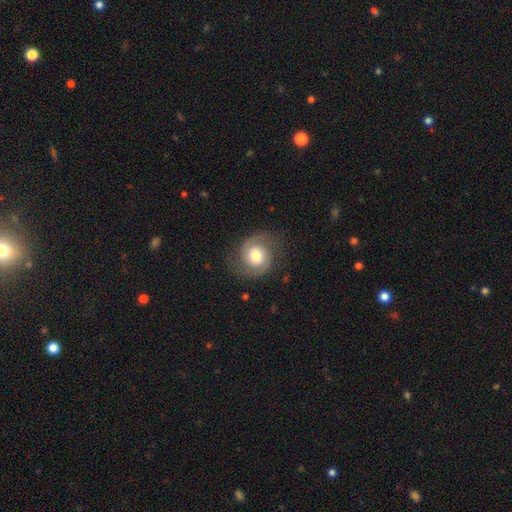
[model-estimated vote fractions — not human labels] Smooth or featured? Predicted: featured or disk (p=0.76). Edge-on disk? Predicted: no (p=0.98). Bar? Predicted: no (p=0.67). Spiral arms? Predicted: yes (p=0.95). Spiral winding? Predicted: medium (p=0.49). Spiral arm count? Predicted: 2 (p=0.91). Bulge size? Predicted: moderate (p=0.62). Merging? Predicted: none (p=0.78).